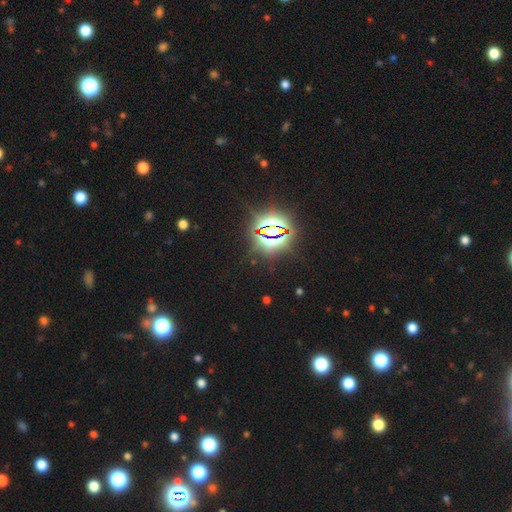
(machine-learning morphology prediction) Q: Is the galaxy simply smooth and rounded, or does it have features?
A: star or artifact — 82%.